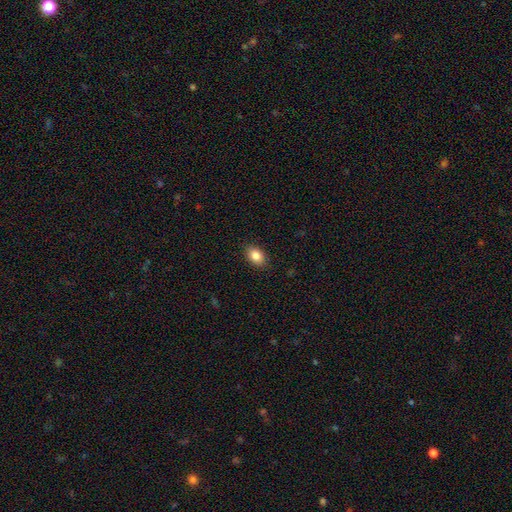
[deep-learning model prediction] Smooth or featured? Predicted: smooth (p=0.87). How rounded? Predicted: in between (p=0.83). Merging? Predicted: none (p=0.88).